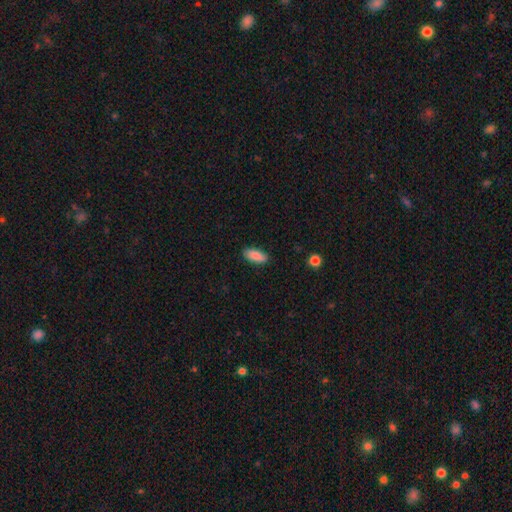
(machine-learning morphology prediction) A smooth galaxy with no disk features (88%) that is in between round and cigar-shaped (81%).

Vote fractions:
- Smooth or featured? smooth: 88% / star or artifact: 7% / featured or disk: 5%
- How rounded? in between: 81% / cigar-shaped: 17% / round: 2%
- Merging? none: 86% / minor disturbance: 11% / major disturbance: 2% / merger: 1%